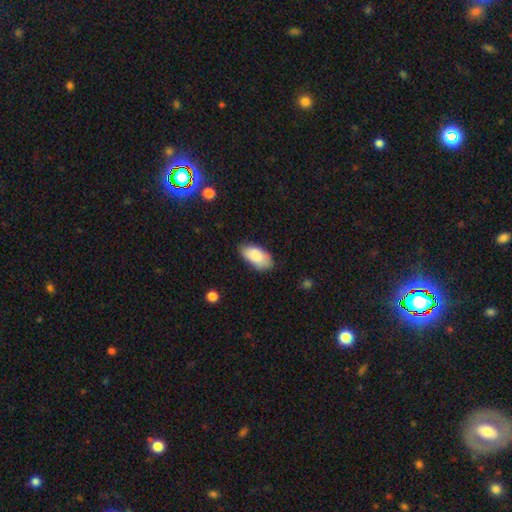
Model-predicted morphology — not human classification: smooth_or_featured: smooth (p=0.84) [alt: featured or disk p=0.09]
how_rounded: in between (p=0.95) [alt: round p=0.03]
merging: none (p=0.66) [alt: minor disturbance p=0.26]